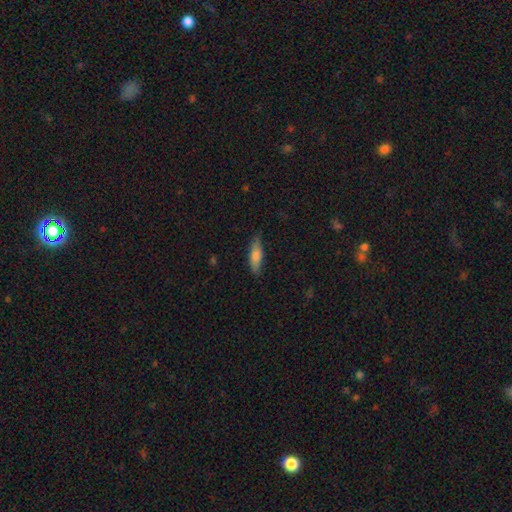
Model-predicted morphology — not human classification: Smooth or featured: smooth — 67% (featured or disk — 26%)
How rounded: cigar-shaped — 63% (in between — 35%)
Merging: none — 84% (minor disturbance — 13%)